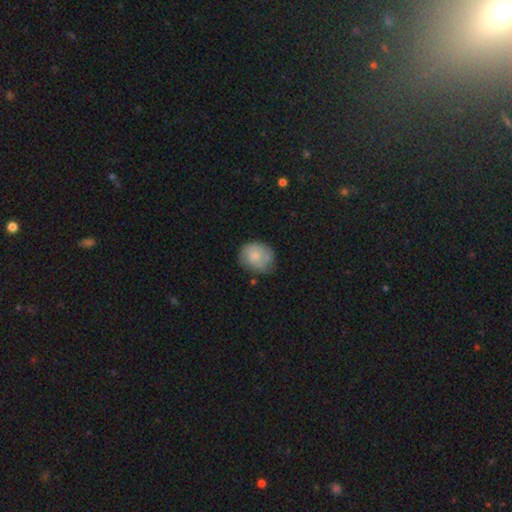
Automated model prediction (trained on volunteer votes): Smooth or featured: smooth — 64% (featured or disk — 29%)
How rounded: round — 63% (in between — 36%)
Merging: none — 62% (minor disturbance — 27%)